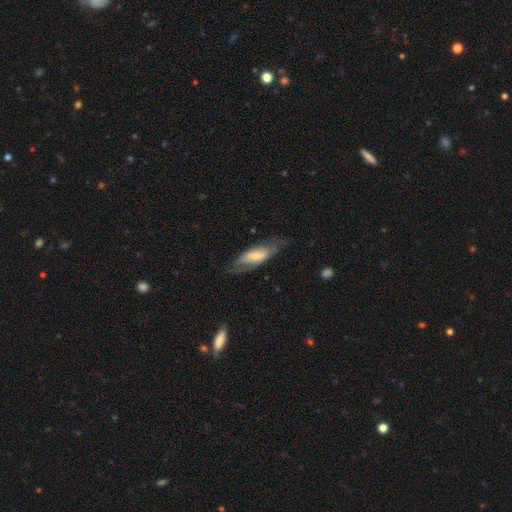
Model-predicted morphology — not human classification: The model was most divided on "smooth or featured": smooth: 51%, featured or disk: 43%, star or artifact: 7%. More confident: how rounded — in between (65%); merging — none (63%).